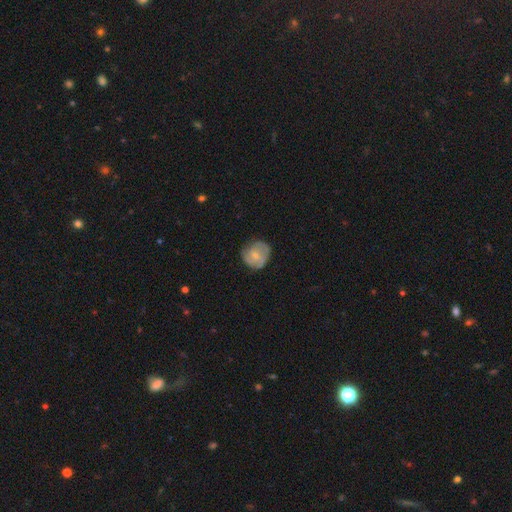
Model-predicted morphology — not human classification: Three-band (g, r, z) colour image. It shows a smooth galaxy with no disk features (51%) that is round (81%). Merging: none (66%).